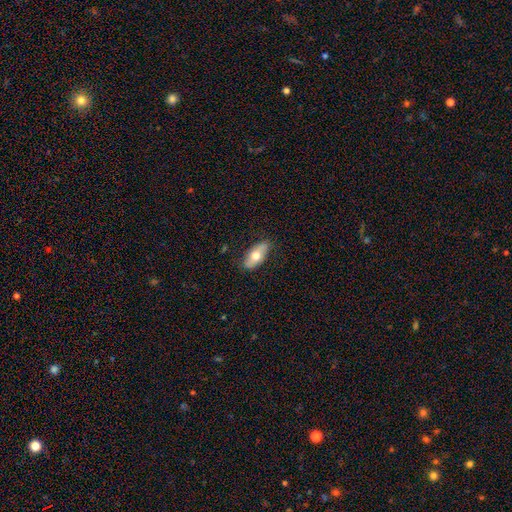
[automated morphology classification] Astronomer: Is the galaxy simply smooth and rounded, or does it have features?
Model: smooth — 62%.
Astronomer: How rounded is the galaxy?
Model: in between — 86%.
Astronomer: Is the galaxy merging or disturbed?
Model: none — 82%.